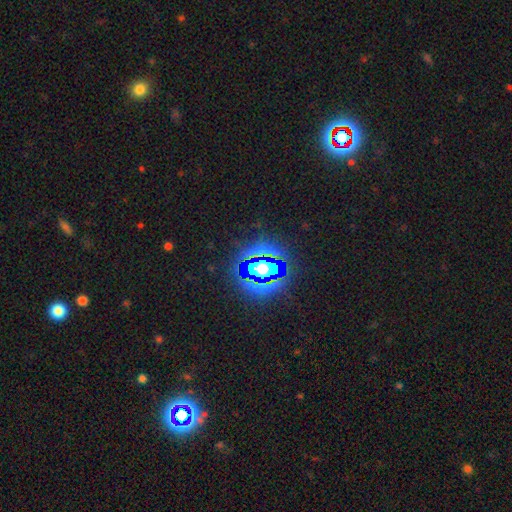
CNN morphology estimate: This appears to be a star or artifact, not a galaxy (82%).